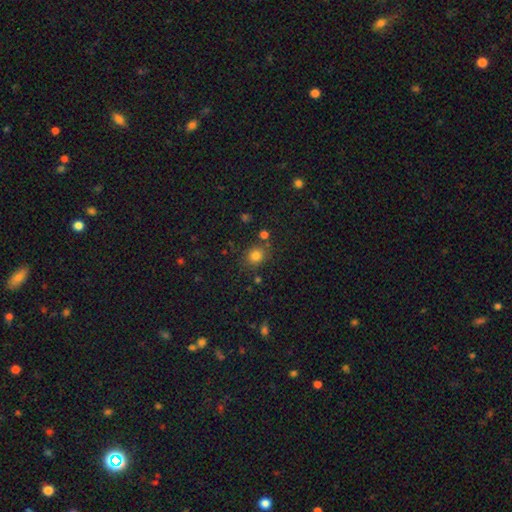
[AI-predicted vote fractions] A smooth galaxy with no disk features (80%) that is round (77%). Merging: none (77%).